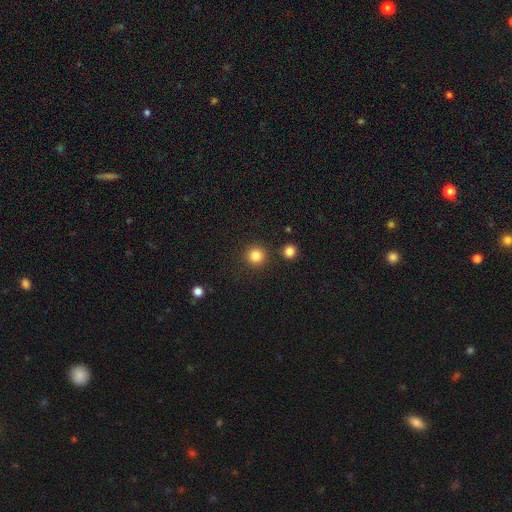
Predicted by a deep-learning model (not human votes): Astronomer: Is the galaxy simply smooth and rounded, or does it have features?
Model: smooth — 84%.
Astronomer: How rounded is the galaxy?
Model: round — 95%.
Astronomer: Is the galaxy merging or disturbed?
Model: none — 89%.